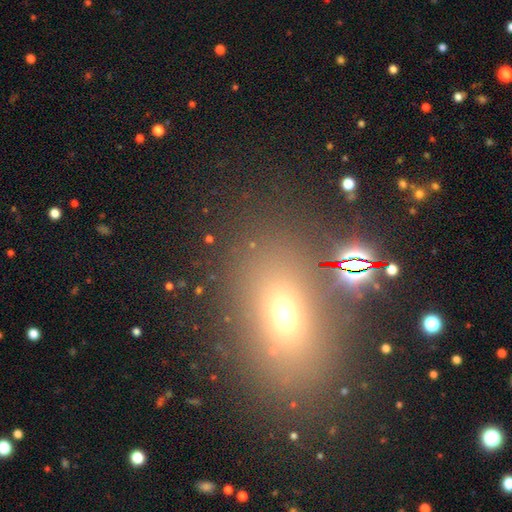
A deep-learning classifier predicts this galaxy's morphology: This is possibly a smooth galaxy (54%). How rounded: likely in between (68%). Merging: likely none (80%).